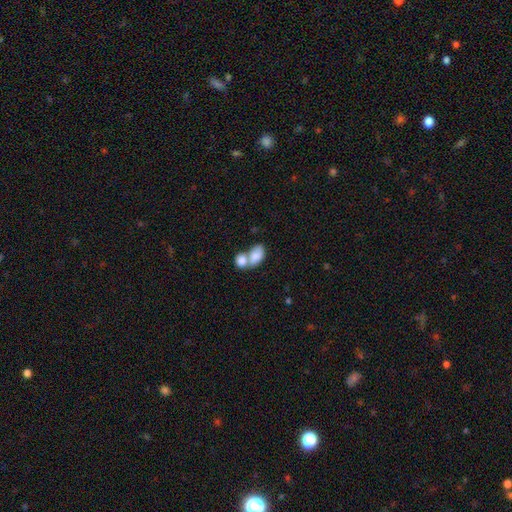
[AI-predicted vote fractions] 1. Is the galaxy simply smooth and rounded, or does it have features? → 80% smooth, 13% featured or disk, 7% star or artifact.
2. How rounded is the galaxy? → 84% in between, 14% round, 2% cigar-shaped.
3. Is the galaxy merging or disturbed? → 69% merger, 19% none, 7% minor disturbance, 5% major disturbance.